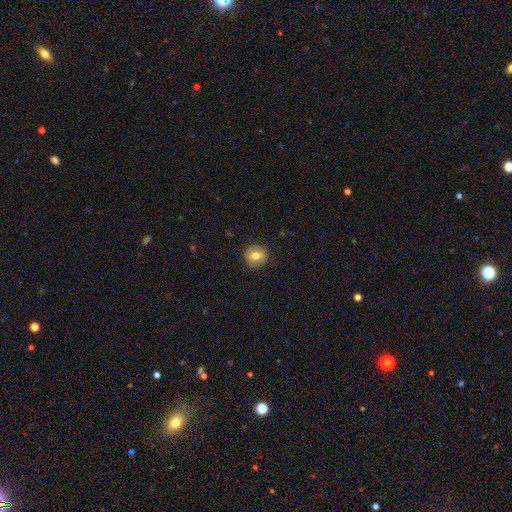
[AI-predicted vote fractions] The model was most divided on "smooth or featured": smooth: 68%, featured or disk: 23%, star or artifact: 9%. More confident: merging — none (86%); how rounded — round (82%).